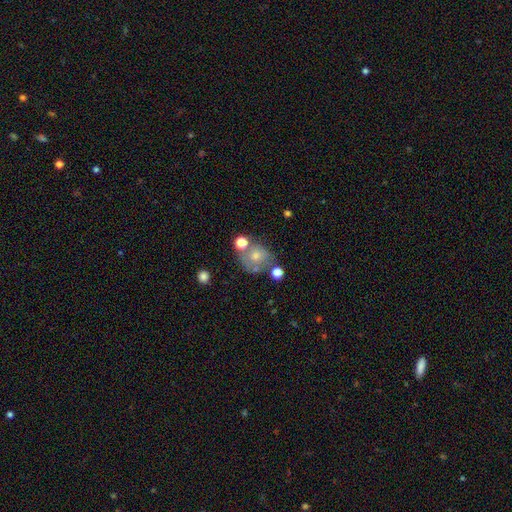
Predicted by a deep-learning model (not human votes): The model was most divided on "smooth or featured": smooth: 48%, featured or disk: 35%, star or artifact: 18%. More confident: merging — none (54%).